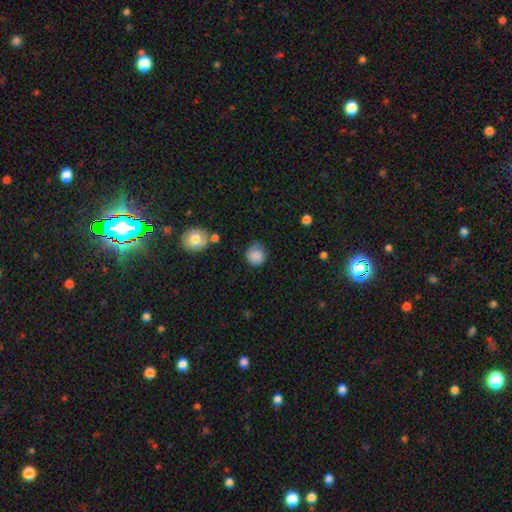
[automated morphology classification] Smooth or featured?
  - smooth: 85% *
  - star or artifact: 9%
  - featured or disk: 6%
How rounded?
  - round: 88% *
  - in between: 11%
  - cigar-shaped: 1%
Merging?
  - none: 69% *
  - minor disturbance: 21%
  - major disturbance: 6%
  - merger: 3%